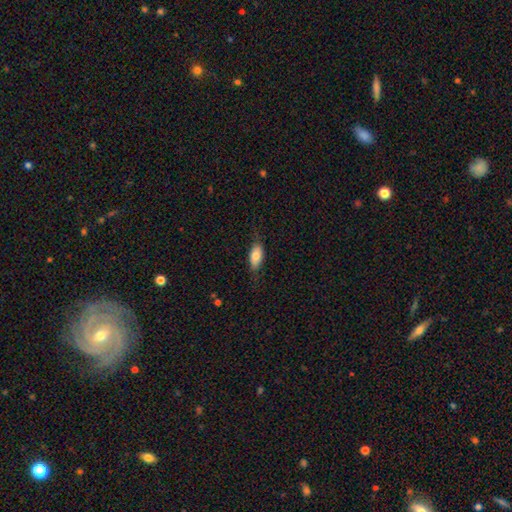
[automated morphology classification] This appears to be a smooth galaxy with no disk features (77%) that is in between round and cigar-shaped (85%). Merging: none (72%).